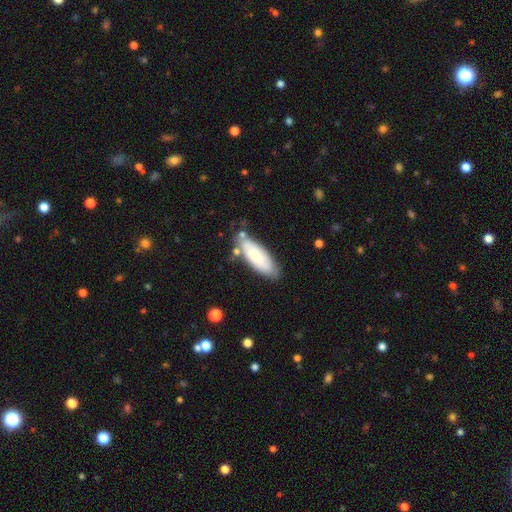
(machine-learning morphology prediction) This appears to be a smooth galaxy with no disk features (77%) that is in between round and cigar-shaped (65%). Merging: none (70%).